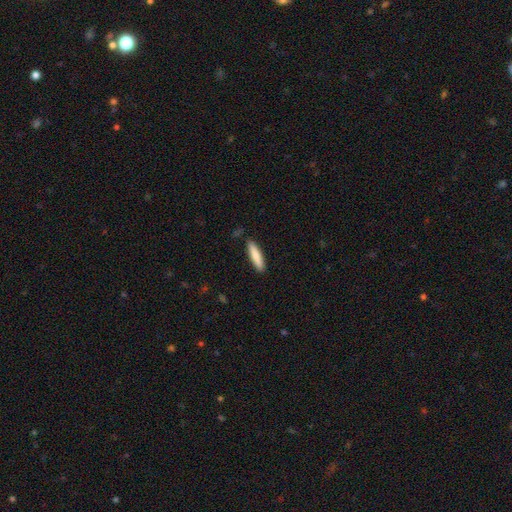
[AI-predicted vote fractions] A smooth galaxy with no disk features (80%) that is cigar-shaped (83%).

Vote fractions:
- Smooth or featured? smooth: 80% / featured or disk: 14% / star or artifact: 5%
- How rounded? cigar-shaped: 83% / in between: 16% / round: 1%
- Merging? none: 88% / minor disturbance: 9% / major disturbance: 2% / merger: 1%